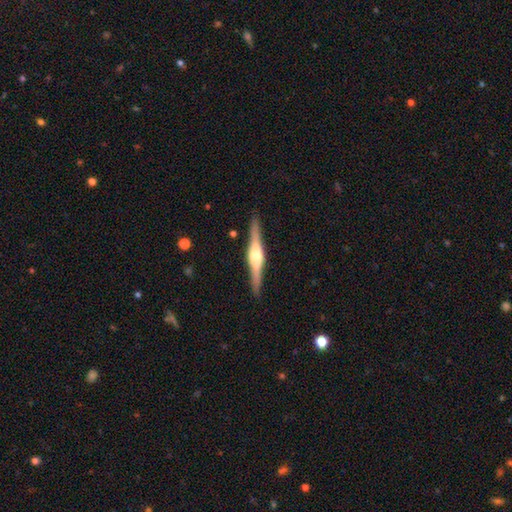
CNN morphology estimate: type=featured or disk (81%); edge-on=yes (98%); edge-on bulge=rounded (88%); merging=none (91%).